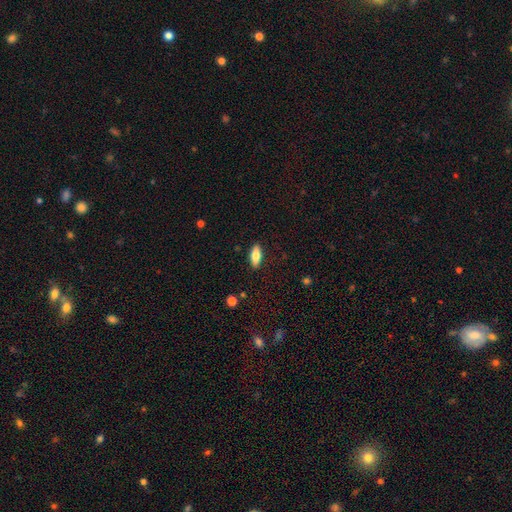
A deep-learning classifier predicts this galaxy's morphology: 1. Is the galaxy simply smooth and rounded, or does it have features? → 74% smooth, 20% featured or disk, 6% star or artifact.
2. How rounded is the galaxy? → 72% in between, 25% cigar-shaped, 2% round.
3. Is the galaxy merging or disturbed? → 88% none, 9% minor disturbance, 2% major disturbance, 1% merger.